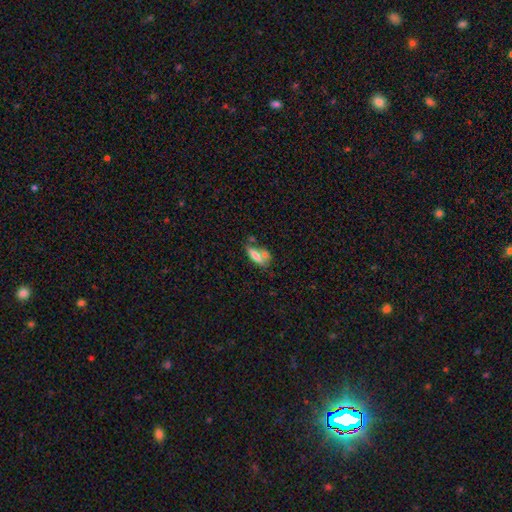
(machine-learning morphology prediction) This is likely a smooth galaxy (69%). How rounded: possibly cigar-shaped (51%). Merging: possibly none (47%).